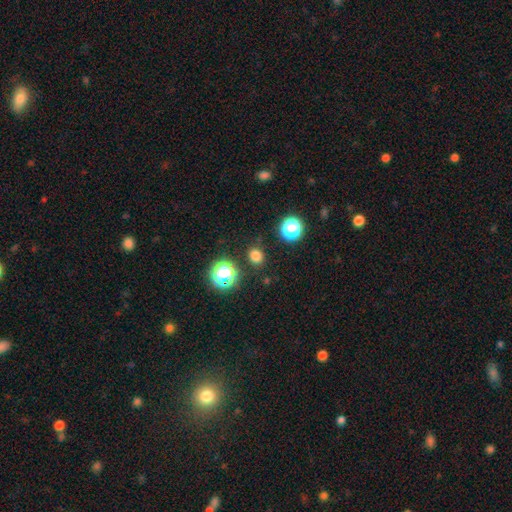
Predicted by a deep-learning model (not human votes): Morphology: type=smooth (77%); roundness=round (68%); merging=none (87%).